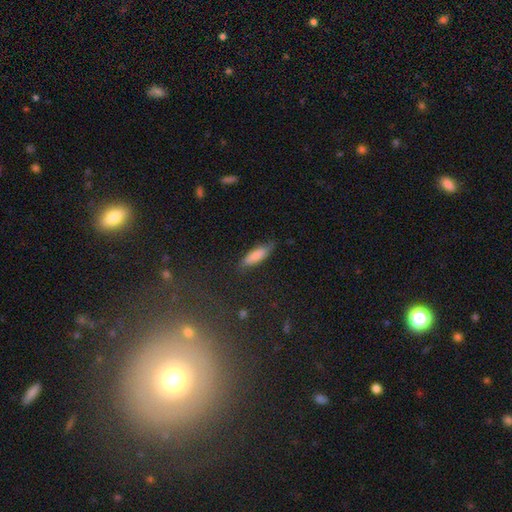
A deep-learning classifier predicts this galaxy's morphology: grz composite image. It shows a smooth galaxy with no disk features (79%) that is cigar-shaped (55%). Merging: none (73%).